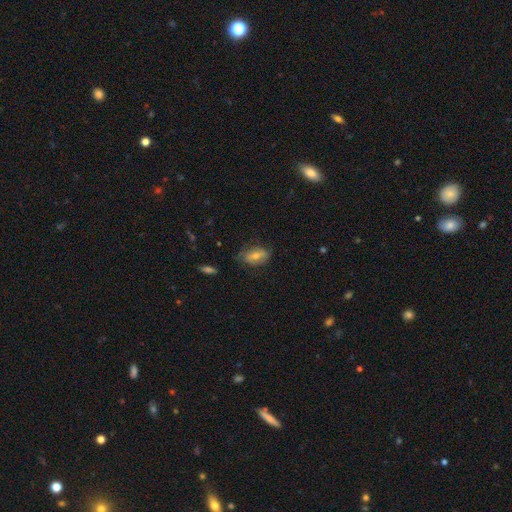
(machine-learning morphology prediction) Smooth or featured? Predicted: smooth (p=0.56). How rounded? Predicted: in between (p=0.85). Merging? Predicted: none (p=0.64).